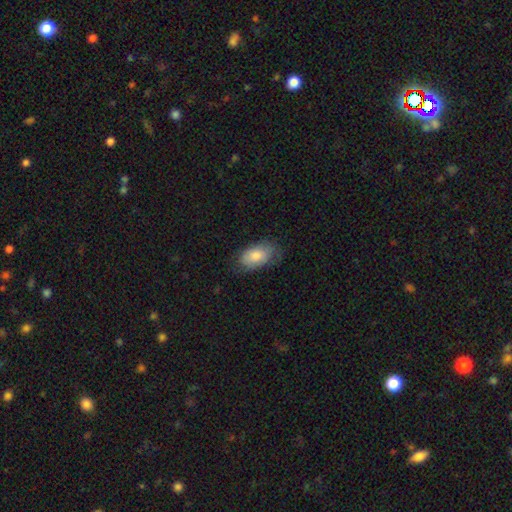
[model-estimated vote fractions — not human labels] Morphology: type=smooth (78%); roundness=in between (93%); merging=none (62%).